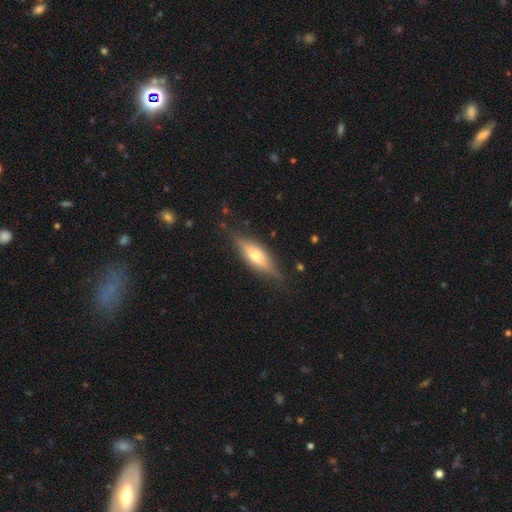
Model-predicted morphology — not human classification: Smooth or featured: featured or disk — 55% (smooth — 38%)
Edge-on disk: yes — 89% (no — 11%)
Merging: none — 80% (minor disturbance — 14%)